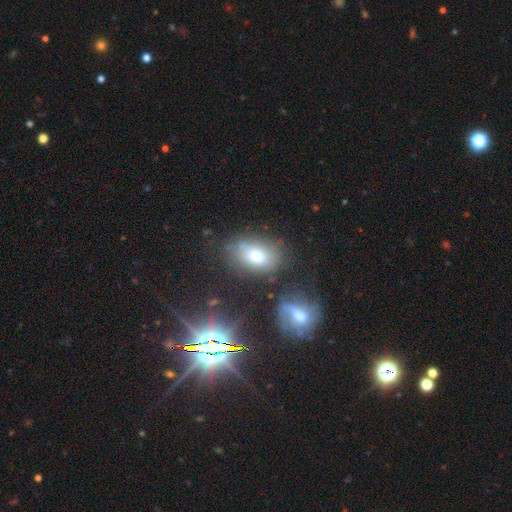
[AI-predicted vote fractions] smooth-or-featured: smooth: 69% | featured or disk: 18% | star or artifact: 13%
  how-rounded: in between: 82% | round: 16% | cigar-shaped: 2%
  merging: none: 68% | minor disturbance: 18% | merger: 7% | major disturbance: 7%